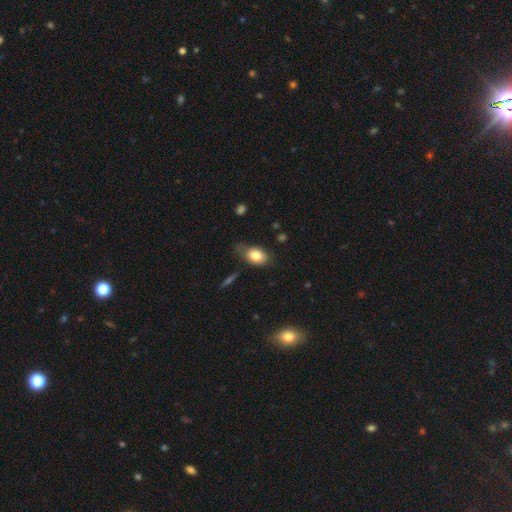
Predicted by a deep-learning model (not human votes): Q: Smooth or featured?
A: smooth (80%); runner-up: featured or disk (12%)
Q: How rounded?
A: in between (84%); runner-up: round (15%)
Q: Merging?
A: none (59%); runner-up: minor disturbance (29%)